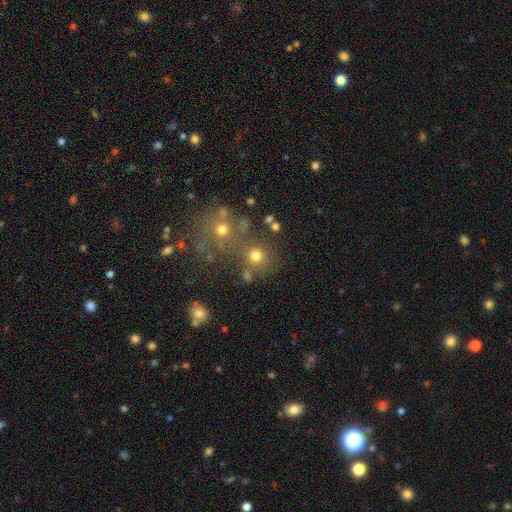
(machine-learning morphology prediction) Smooth or featured: smooth — 72% (star or artifact — 19%)
How rounded: round — 89% (in between — 10%)
Merging: none — 66% (merger — 20%)